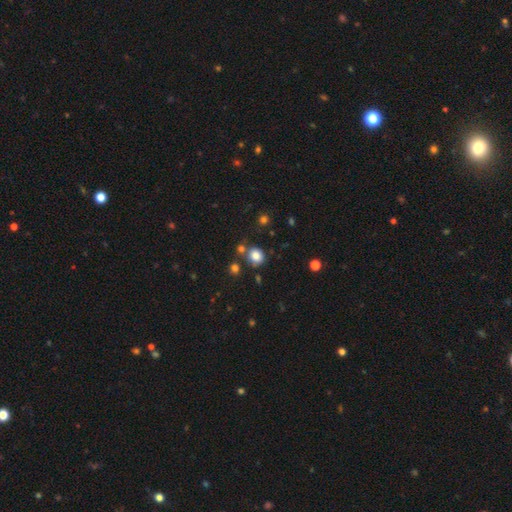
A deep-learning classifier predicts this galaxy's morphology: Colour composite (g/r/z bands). It shows a smooth galaxy with no disk features (82%) that is round (78%). Merging: none (74%).